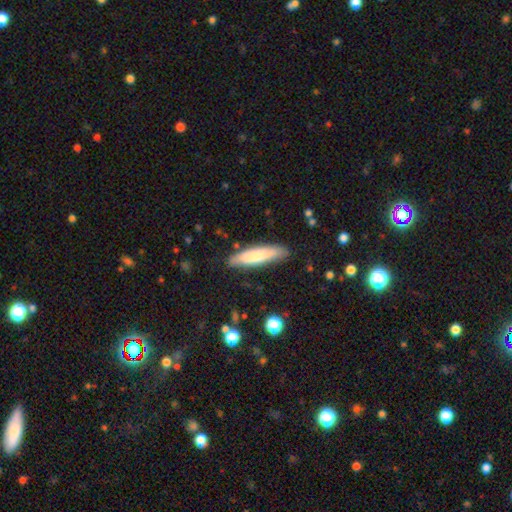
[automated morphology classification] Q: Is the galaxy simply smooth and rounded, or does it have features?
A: smooth — 72%.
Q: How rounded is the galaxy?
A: cigar-shaped — 79%.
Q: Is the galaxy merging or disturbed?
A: none — 83%.